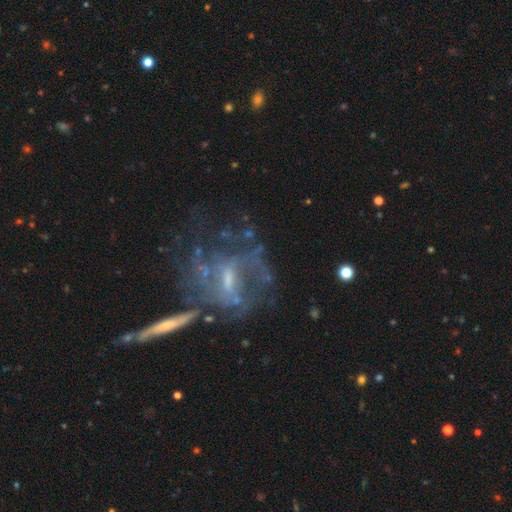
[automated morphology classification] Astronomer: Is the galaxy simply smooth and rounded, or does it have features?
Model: featured or disk — 72%.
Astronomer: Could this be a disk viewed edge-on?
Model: no — 91%.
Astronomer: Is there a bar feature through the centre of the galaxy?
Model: weak — 43% (runner-up: no, 38%).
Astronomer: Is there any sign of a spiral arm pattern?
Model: yes — 58% (runner-up: no, 42%).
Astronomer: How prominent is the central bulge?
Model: small — 53% (runner-up: moderate, 28%).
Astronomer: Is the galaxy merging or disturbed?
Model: none — 46% (runner-up: major disturbance, 21%).